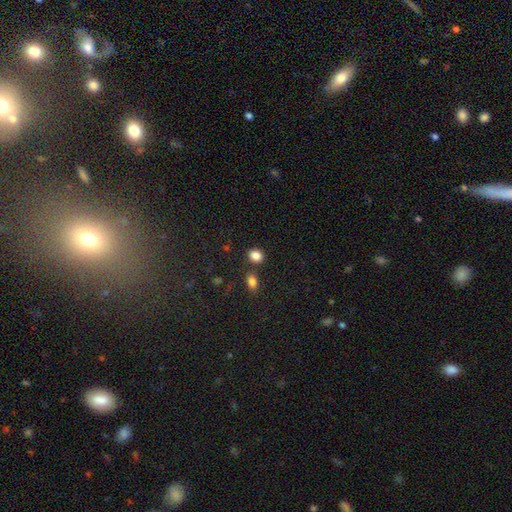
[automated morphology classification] This appears to be a smooth galaxy with no disk features (85%) that is round (59%). Merging: none (76%).